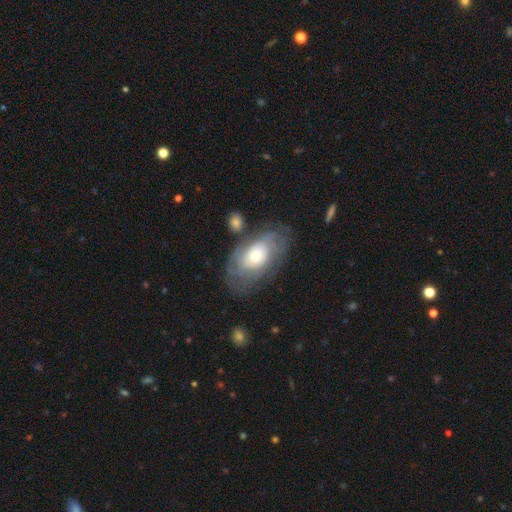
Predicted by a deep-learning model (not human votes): featured or disk 62%, smooth 32%, star or artifact 6%. Down the decision tree: edge-on disk — no (93%); bar — no (82%); spiral arms — yes (72%); bulge size — moderate (56%); merging — none (64%).